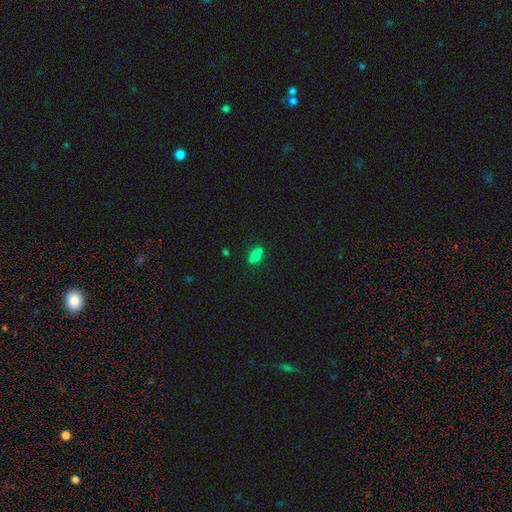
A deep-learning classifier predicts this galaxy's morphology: smooth_or_featured: smooth (p=0.62) [alt: featured or disk p=0.20]
how_rounded: round (p=0.55) [alt: in between p=0.42]
merging: none (p=0.43) [alt: merger p=0.40]